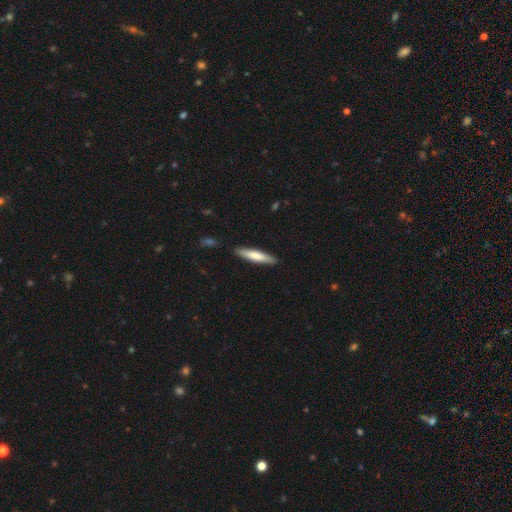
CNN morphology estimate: Overall: smooth (71%). How rounded: cigar-shaped (87%). Merging: none (90%).